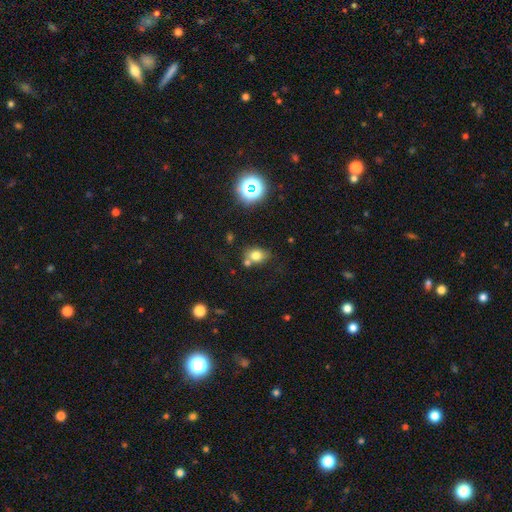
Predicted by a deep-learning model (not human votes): Morphology: type=smooth (74%); roundness=in between (54%); merging=none (56%).